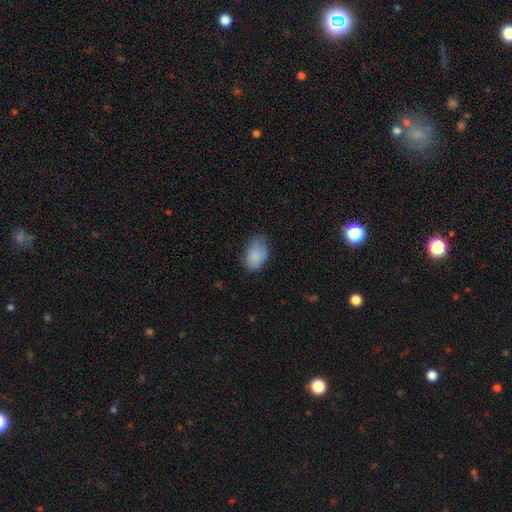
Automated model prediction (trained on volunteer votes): Smooth or featured?
  - smooth: 81% *
  - featured or disk: 11%
  - star or artifact: 8%
How rounded?
  - in between: 87% *
  - round: 12%
  - cigar-shaped: 1%
Merging?
  - none: 52% *
  - minor disturbance: 34%
  - major disturbance: 12%
  - merger: 2%